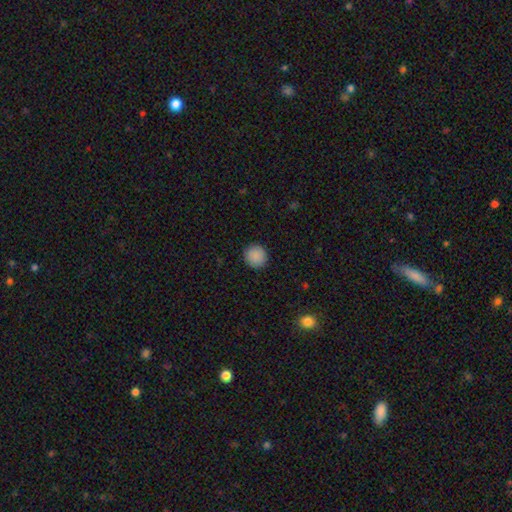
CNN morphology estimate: Smooth or featured: smooth — 89% (star or artifact — 8%)
How rounded: round — 94% (in between — 5%)
Merging: none — 92% (minor disturbance — 5%)